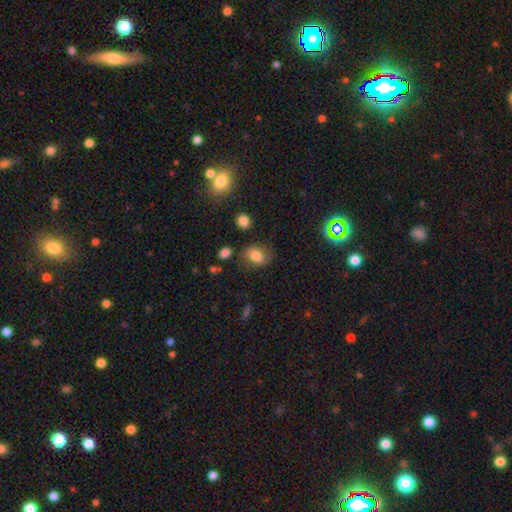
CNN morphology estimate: type=smooth (76%); roundness=in between (68%); merging=none (70%).